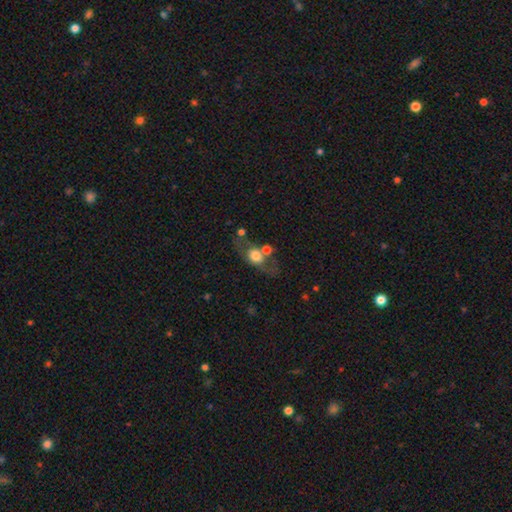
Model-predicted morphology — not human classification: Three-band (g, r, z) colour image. It shows a smooth galaxy with no disk features (52%) that is in between round and cigar-shaped (52%). Merging: none (53%).